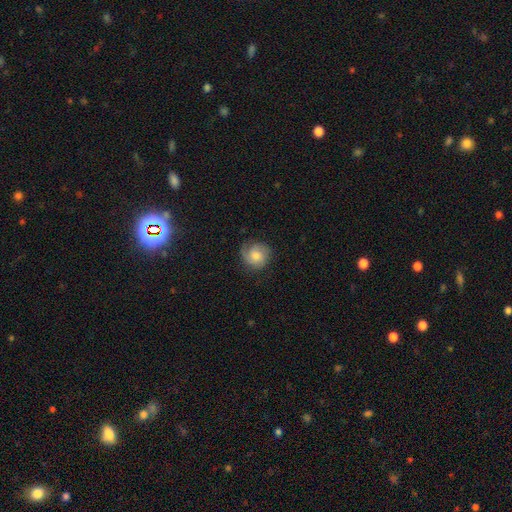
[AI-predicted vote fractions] smooth_or_featured: smooth (p=0.50) [alt: featured or disk p=0.42]
merging: none (p=0.72) [alt: minor disturbance p=0.20]